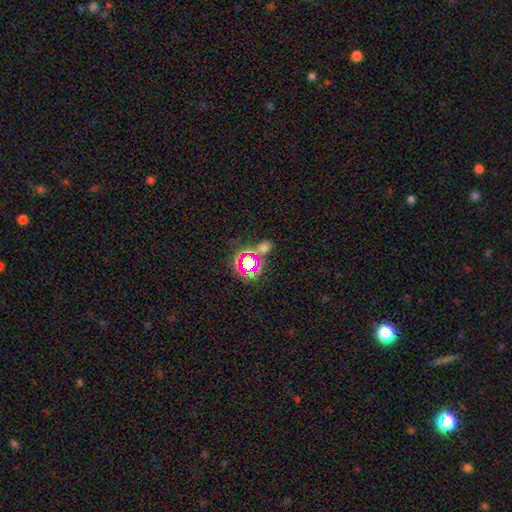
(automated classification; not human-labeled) star or artifact 55%, smooth 34%, featured or disk 11%.